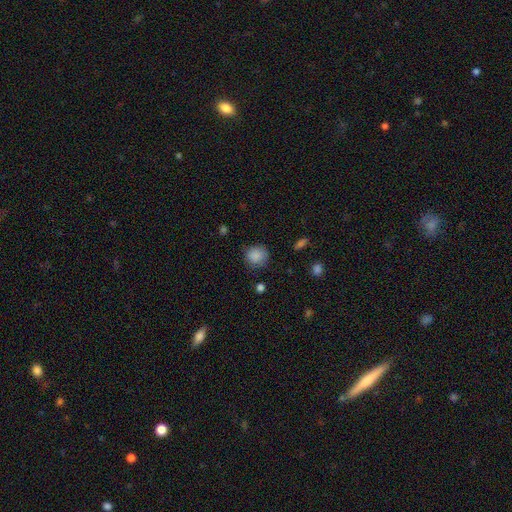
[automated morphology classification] This appears to be a smooth galaxy with no disk features (87%) that is round (88%). Merging: none (80%).